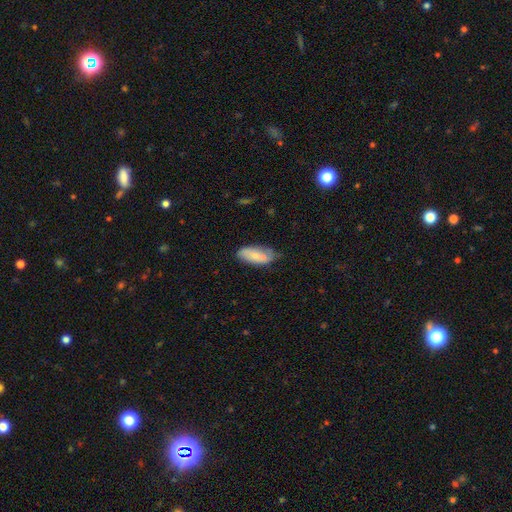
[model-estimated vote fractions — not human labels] smooth 71%, featured or disk 23%, star or artifact 7%. Down the decision tree: how rounded — in between (85%); merging — none (56%).